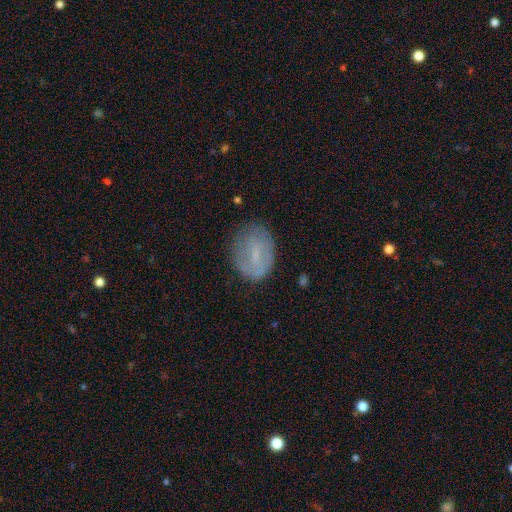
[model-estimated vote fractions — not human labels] smooth-or-featured: smooth: 48% | featured or disk: 43% | star or artifact: 9%
  merging: none: 66% | minor disturbance: 23% | major disturbance: 10% | merger: 1%